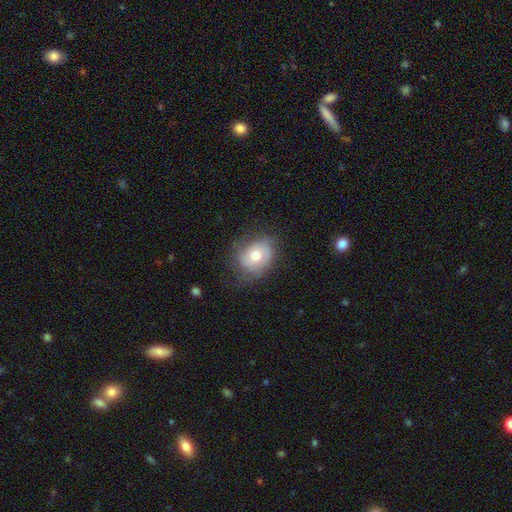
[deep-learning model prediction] This is possibly a smooth galaxy (59%). How rounded: possibly in between (52%). Merging: likely none (65%).